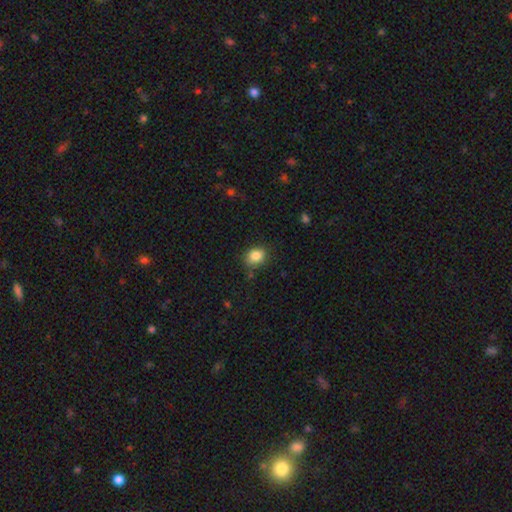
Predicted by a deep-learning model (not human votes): Q: Smooth or featured?
A: smooth (85%); runner-up: star or artifact (10%)
Q: How rounded?
A: in between (53%); runner-up: round (46%)
Q: Merging?
A: none (78%); runner-up: minor disturbance (16%)